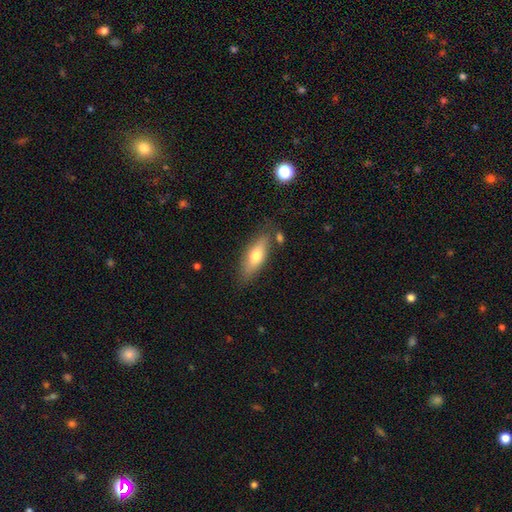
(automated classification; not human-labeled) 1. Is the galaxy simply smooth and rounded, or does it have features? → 67% smooth, 27% featured or disk, 6% star or artifact.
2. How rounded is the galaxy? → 62% in between, 35% cigar-shaped, 3% round.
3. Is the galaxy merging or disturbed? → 75% none, 15% minor disturbance, 6% merger, 4% major disturbance.